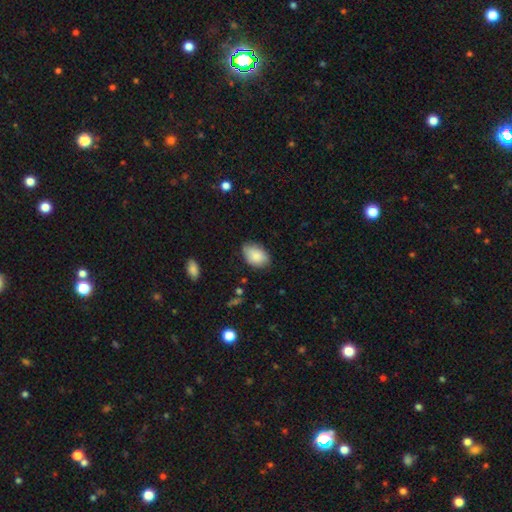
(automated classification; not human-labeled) smooth-or-featured: smooth: 84% | featured or disk: 9% | star or artifact: 7%
  how-rounded: in between: 87% | round: 12% | cigar-shaped: 1%
  merging: none: 72% | minor disturbance: 23% | major disturbance: 4% | merger: 1%